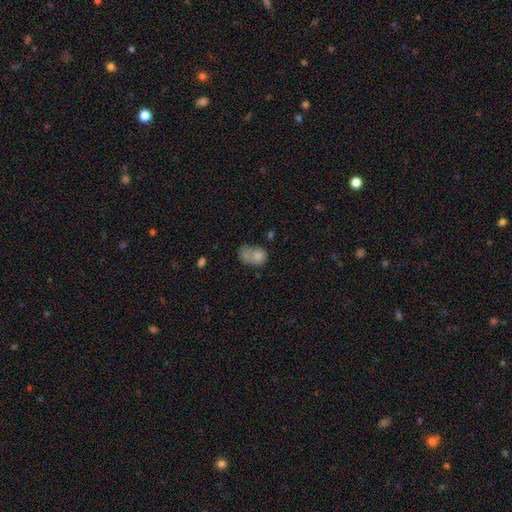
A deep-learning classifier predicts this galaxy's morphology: The model was most divided on "merging": merger: 32%, major disturbance: 24%, none: 24%, minor disturbance: 21%. More confident: smooth or featured — smooth (74%); how rounded — in between (68%).